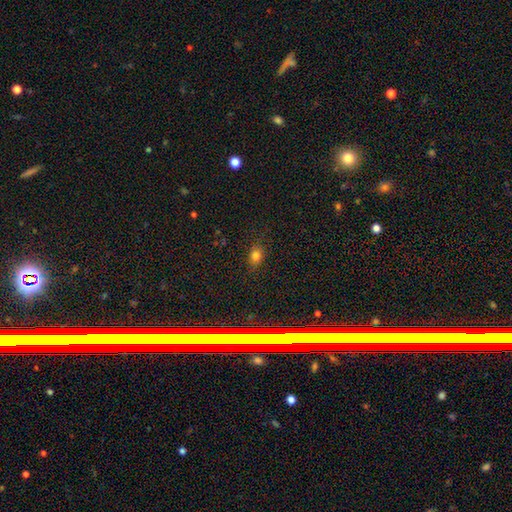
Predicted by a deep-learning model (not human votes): Q: Smooth or featured?
A: smooth (76%); runner-up: star or artifact (17%)
Q: How rounded?
A: in between (57%); runner-up: round (41%)
Q: Merging?
A: none (83%); runner-up: minor disturbance (13%)